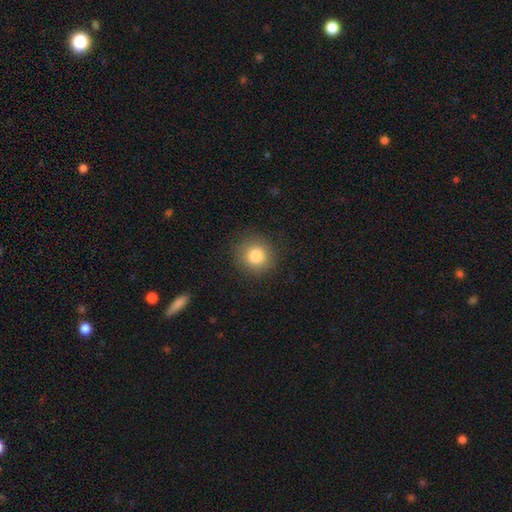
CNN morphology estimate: Smooth or featured? smooth (82%)
How rounded? round (91%)
Merging? none (88%)